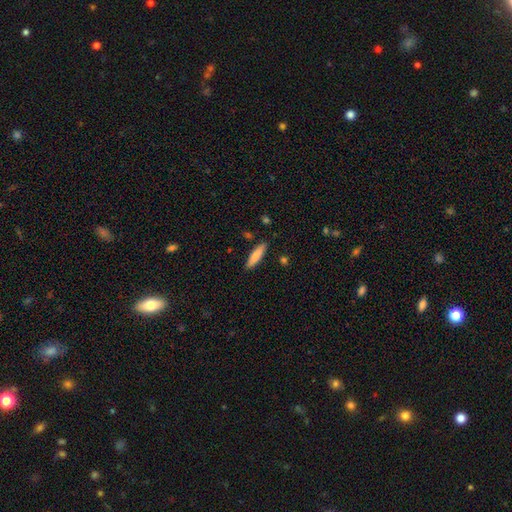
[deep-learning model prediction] Smooth or featured? smooth (82%)
How rounded? cigar-shaped (75%)
Merging? none (88%)